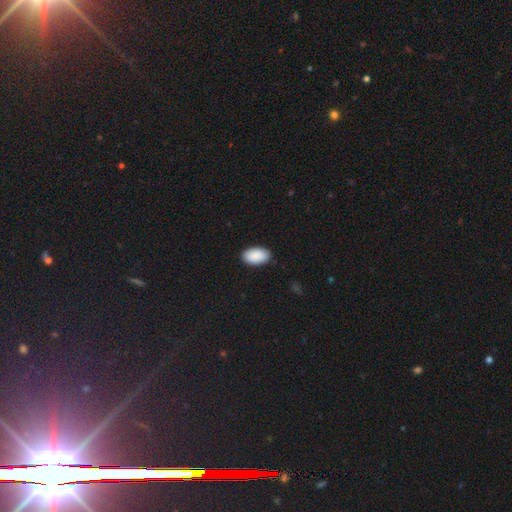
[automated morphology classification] Smooth or featured?
  - smooth: 91% *
  - star or artifact: 6%
  - featured or disk: 3%
How rounded?
  - in between: 96% *
  - round: 3%
  - cigar-shaped: 1%
Merging?
  - none: 89% *
  - minor disturbance: 9%
  - major disturbance: 2%
  - merger: 1%